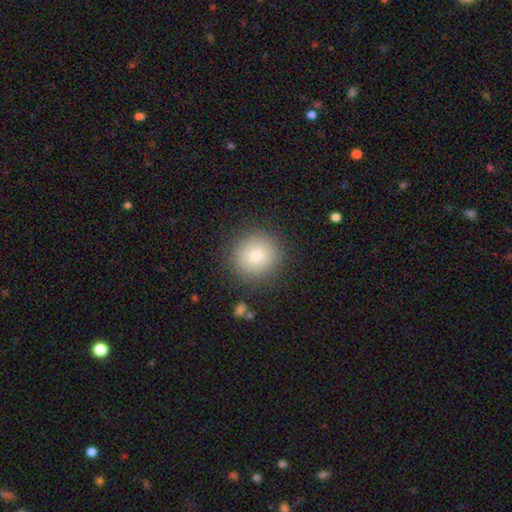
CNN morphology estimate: smooth 81%, star or artifact 10%, featured or disk 9%. Down the decision tree: how rounded — round (93%); merging — none (89%).